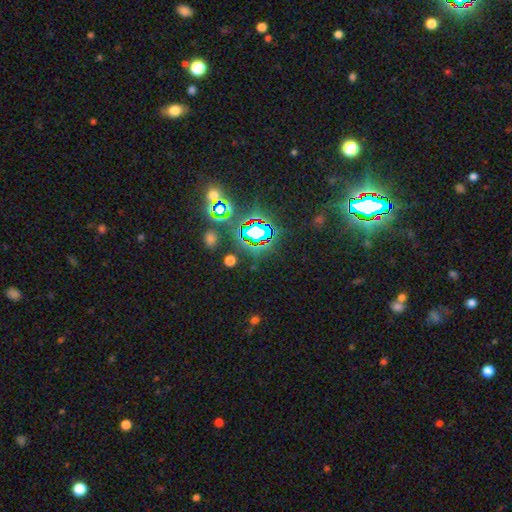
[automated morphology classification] This is clearly a star or artifact rather than a galaxy (81%).